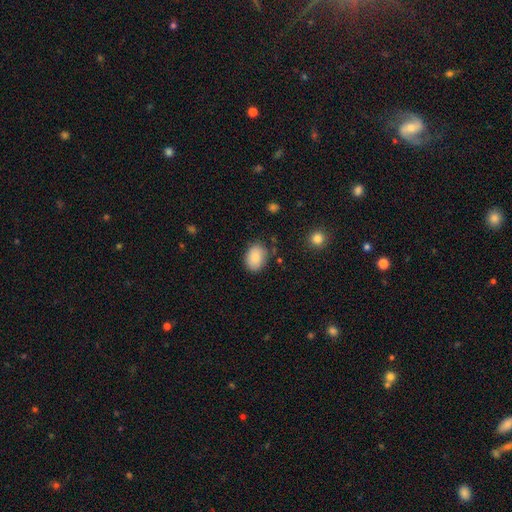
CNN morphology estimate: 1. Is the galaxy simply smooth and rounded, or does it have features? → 85% smooth, 7% featured or disk, 7% star or artifact.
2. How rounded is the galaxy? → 69% in between, 30% round, 1% cigar-shaped.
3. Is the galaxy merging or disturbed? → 78% none, 16% minor disturbance, 4% major disturbance, 2% merger.